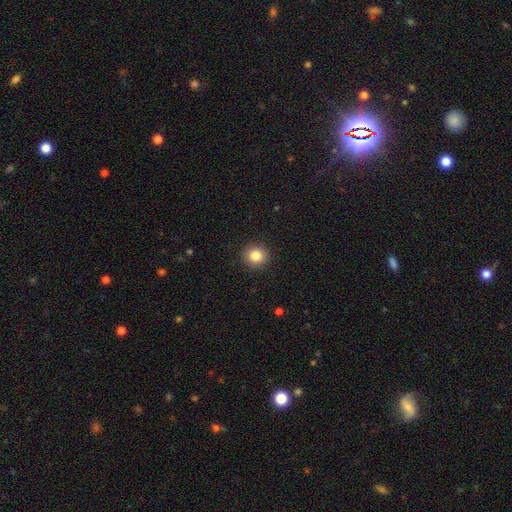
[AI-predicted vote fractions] smooth_or_featured: smooth (p=0.83) [alt: star or artifact p=0.11]
how_rounded: round (p=0.89) [alt: in between p=0.10]
merging: none (p=0.92) [alt: minor disturbance p=0.05]